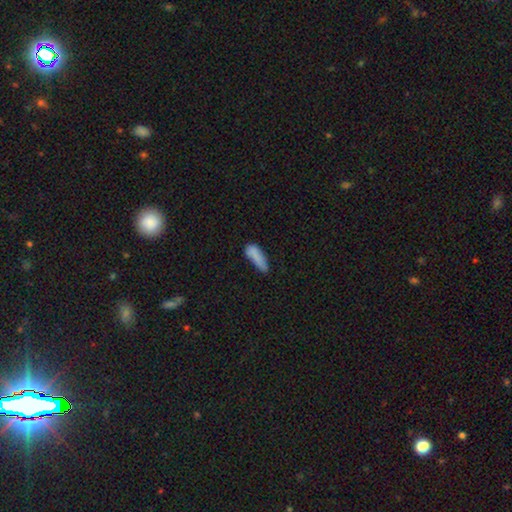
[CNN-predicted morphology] Smooth or featured: smooth — 81% (featured or disk — 11%)
How rounded: in between — 55% (cigar-shaped — 42%)
Merging: none — 46% (minor disturbance — 34%)